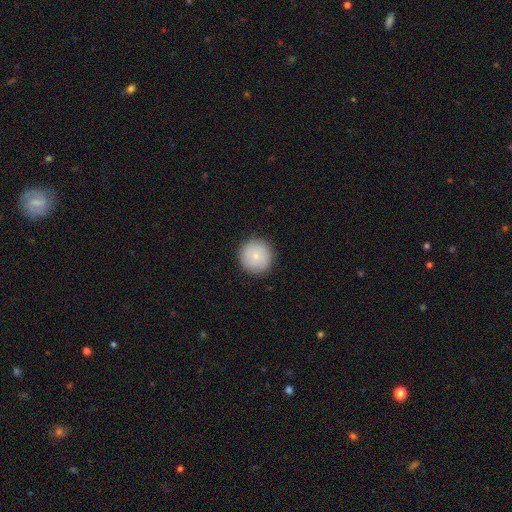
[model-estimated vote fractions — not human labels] Smooth or featured? Predicted: smooth (p=0.81). How rounded? Predicted: round (p=0.96). Merging? Predicted: none (p=0.90).